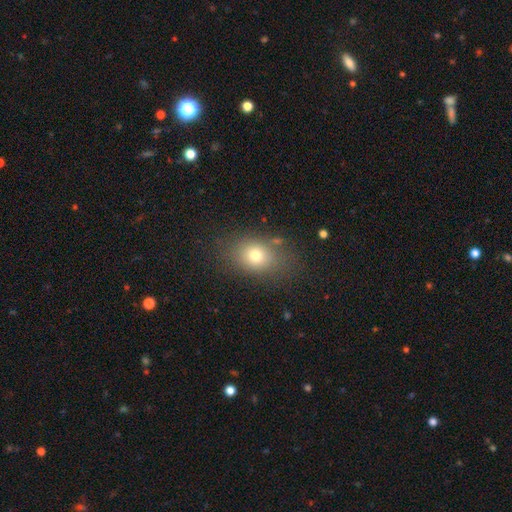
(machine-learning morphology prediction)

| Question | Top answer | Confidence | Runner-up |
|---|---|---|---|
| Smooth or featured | smooth | 74% | star or artifact (14%) |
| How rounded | in between | 62% | round (36%) |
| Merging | none | 78% | minor disturbance (14%) |